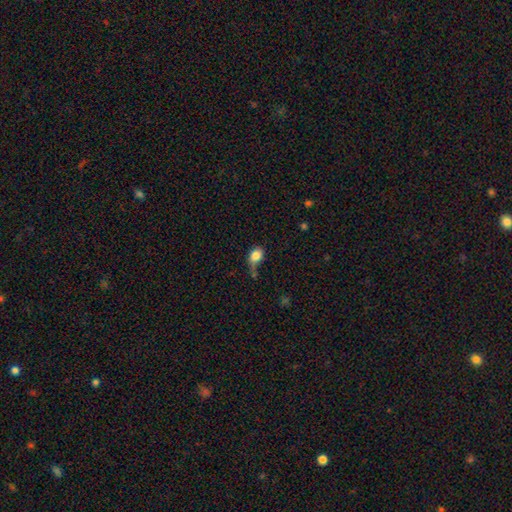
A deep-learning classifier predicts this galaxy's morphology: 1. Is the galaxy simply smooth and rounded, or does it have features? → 82% smooth, 10% featured or disk, 9% star or artifact.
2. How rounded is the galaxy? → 60% in between, 38% round, 2% cigar-shaped.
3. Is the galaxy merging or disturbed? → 32% none, 29% minor disturbance, 25% major disturbance, 13% merger.